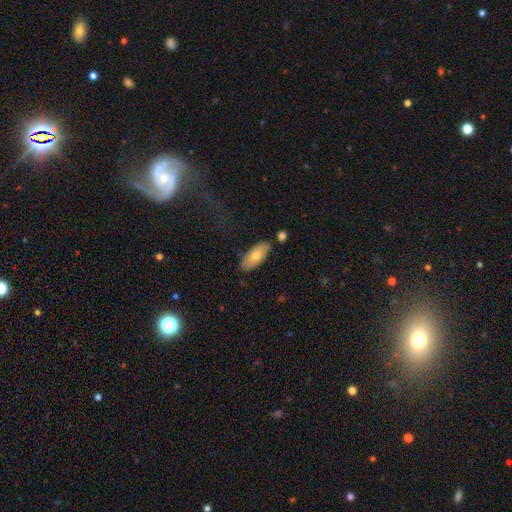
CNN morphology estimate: Overall: smooth (70%). How rounded: in between (84%). Merging: none (81%).